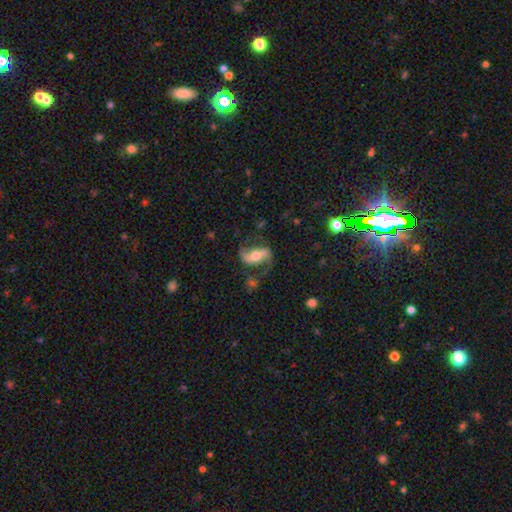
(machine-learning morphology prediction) smooth_or_featured: featured or disk (p=0.78) [alt: smooth p=0.15]
disk_edge_on: no (p=0.94) [alt: yes p=0.06]
bar: strong (p=0.45) [alt: weak p=0.30]
has_spiral_arms: yes (p=0.92) [alt: no p=0.08]
spiral_winding: loose (p=0.65) [alt: medium p=0.28]
spiral_arm_count: 2 (p=0.91) [alt: 1 p=0.03]
bulge_size: moderate (p=0.59) [alt: small p=0.23]
merging: none (p=0.66) [alt: minor disturbance p=0.17]